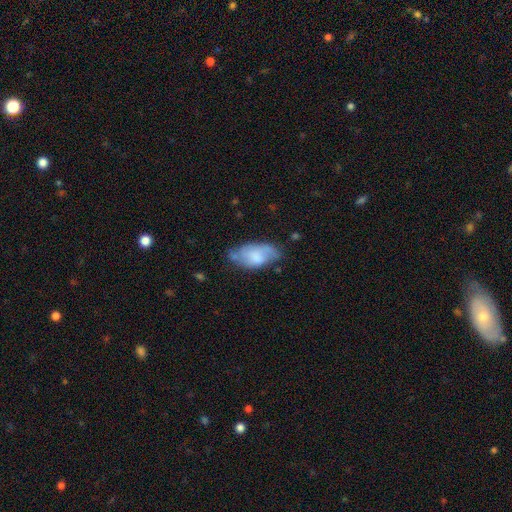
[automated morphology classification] type=smooth (57%); roundness=in between (93%); merging=none (52%).